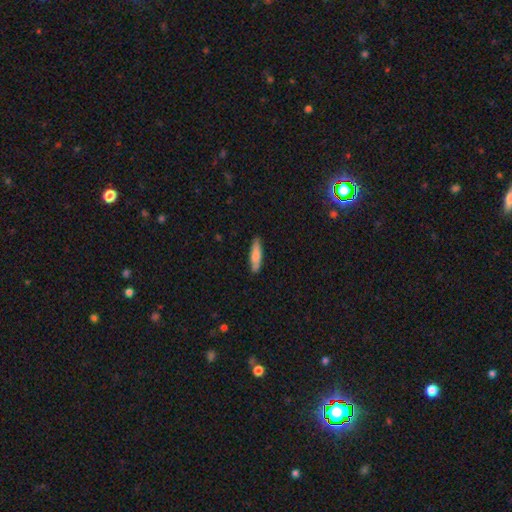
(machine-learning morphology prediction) smooth 78%, featured or disk 16%, star or artifact 6%. Down the decision tree: how rounded — cigar-shaped (70%); merging — none (84%).